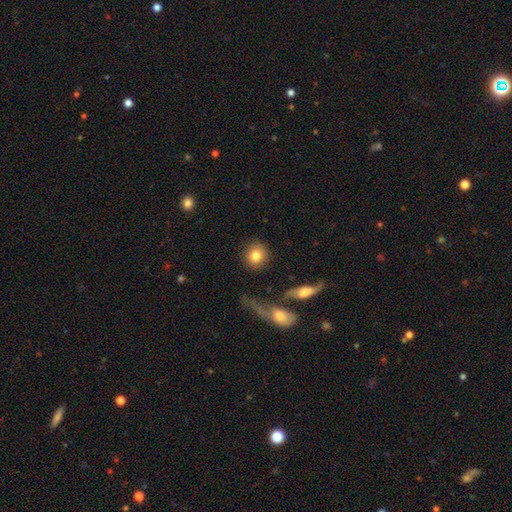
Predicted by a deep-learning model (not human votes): smooth_or_featured: smooth (p=0.81) [alt: featured or disk p=0.11]
how_rounded: round (p=0.87) [alt: in between p=0.11]
merging: none (p=0.85) [alt: minor disturbance p=0.07]